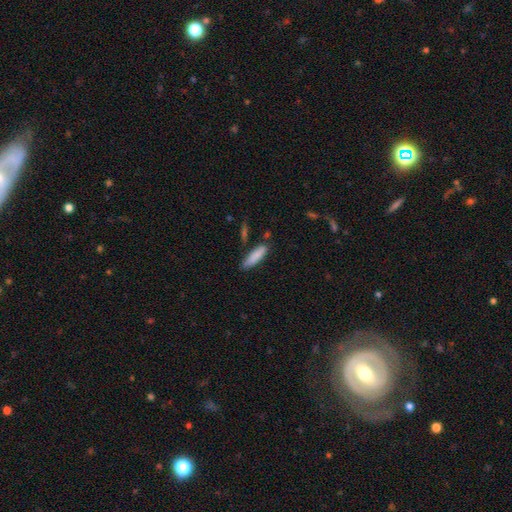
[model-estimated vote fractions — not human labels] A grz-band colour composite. It shows a smooth galaxy with no disk features (85%) that is cigar-shaped (65%). Merging: none (78%).